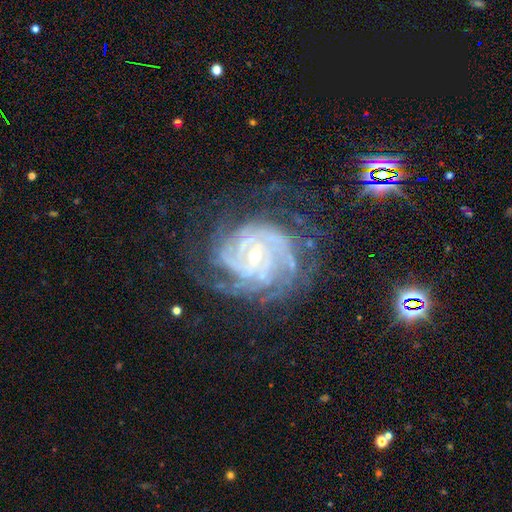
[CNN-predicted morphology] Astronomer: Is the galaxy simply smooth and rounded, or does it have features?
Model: featured or disk — 89%.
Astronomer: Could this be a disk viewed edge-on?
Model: no — 97%.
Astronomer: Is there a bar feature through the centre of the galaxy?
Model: no — 49% (runner-up: weak, 37%).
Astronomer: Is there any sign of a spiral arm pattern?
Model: yes — 97%.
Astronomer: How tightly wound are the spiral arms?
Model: tight — 74%.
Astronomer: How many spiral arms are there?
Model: can't tell — 27% (runner-up: 4, 23%).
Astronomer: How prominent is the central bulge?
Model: small — 69%.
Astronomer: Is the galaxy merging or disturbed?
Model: none — 66%.